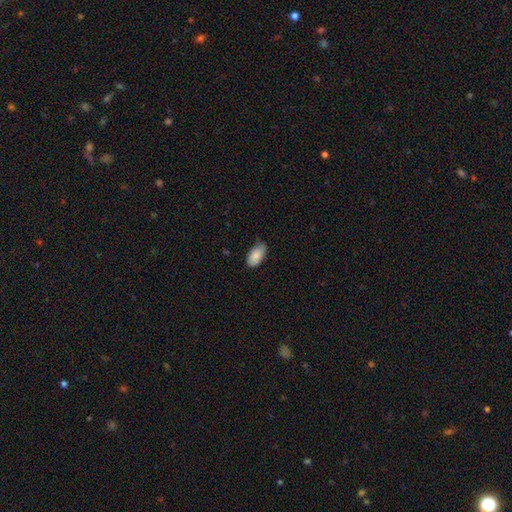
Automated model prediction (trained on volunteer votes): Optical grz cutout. It shows a smooth galaxy with no disk features (86%) that is in between round and cigar-shaped (95%). Merging: none (73%).